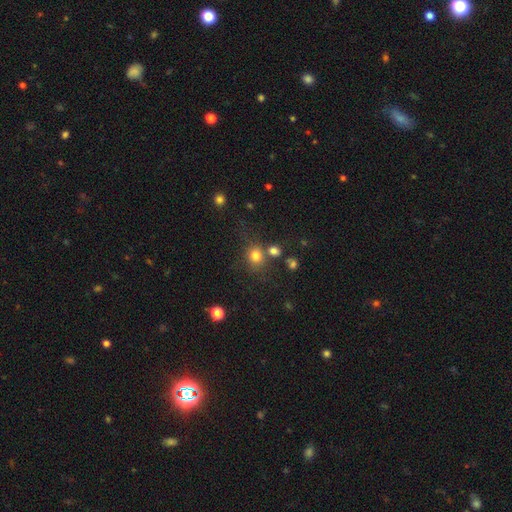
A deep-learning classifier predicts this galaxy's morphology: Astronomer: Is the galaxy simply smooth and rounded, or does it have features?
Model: smooth — 78%.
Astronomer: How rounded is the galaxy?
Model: round — 80%.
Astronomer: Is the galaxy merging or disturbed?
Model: none — 65%.